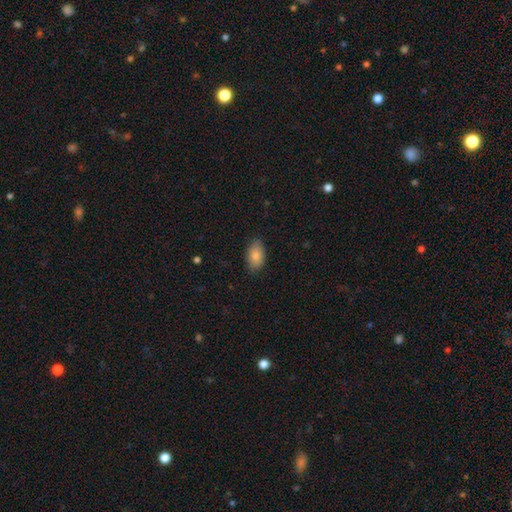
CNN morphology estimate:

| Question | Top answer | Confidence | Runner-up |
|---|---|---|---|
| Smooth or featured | smooth | 83% | featured or disk (10%) |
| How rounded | in between | 91% | round (7%) |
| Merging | none | 82% | minor disturbance (15%) |